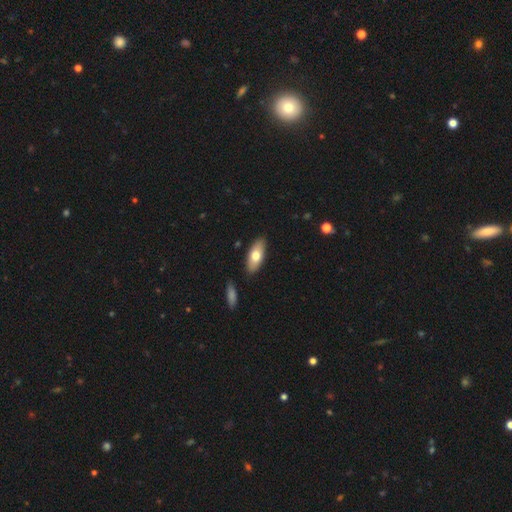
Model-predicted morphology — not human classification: A smooth galaxy with no disk features (71%) that is in between round and cigar-shaped (82%).

Vote fractions:
- Smooth or featured? smooth: 71% / featured or disk: 23% / star or artifact: 6%
- How rounded? in between: 82% / cigar-shaped: 15% / round: 2%
- Merging? none: 87% / minor disturbance: 9% / merger: 2% / major disturbance: 2%